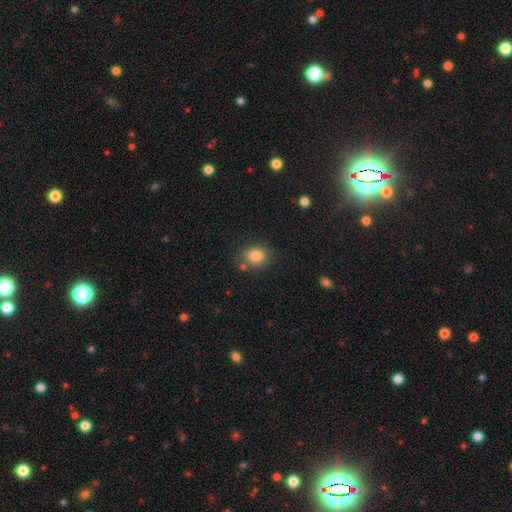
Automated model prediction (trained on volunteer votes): Overall: smooth (84%). How rounded: round (62%; in between 37%). Merging: none (74%).